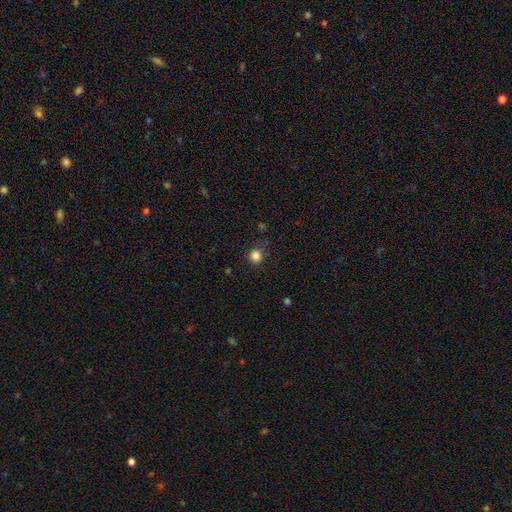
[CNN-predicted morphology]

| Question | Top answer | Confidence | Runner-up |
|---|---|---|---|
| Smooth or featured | smooth | 84% | star or artifact (13%) |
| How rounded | round | 89% | in between (10%) |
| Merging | none | 80% | minor disturbance (14%) |